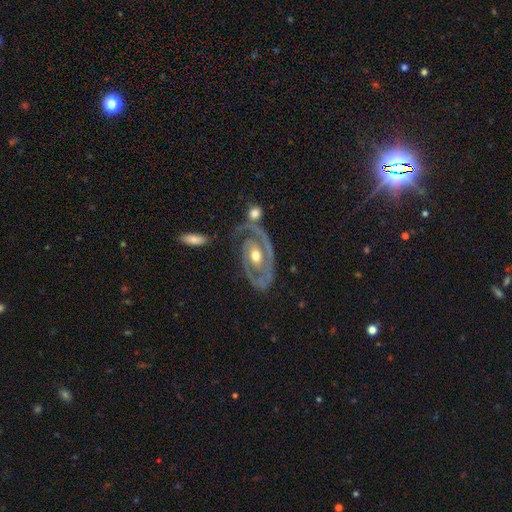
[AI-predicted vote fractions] smooth_or_featured: featured or disk (p=0.88) [alt: smooth p=0.08]
disk_edge_on: no (p=0.96) [alt: yes p=0.04]
bar: no (p=0.63) [alt: weak p=0.26]
has_spiral_arms: yes (p=0.89) [alt: no p=0.11]
spiral_winding: tight (p=0.56) [alt: medium p=0.33]
spiral_arm_count: 2 (p=0.65) [alt: 1 p=0.19]
bulge_size: moderate (p=0.74) [alt: small p=0.18]
merging: none (p=0.57) [alt: minor disturbance p=0.20]